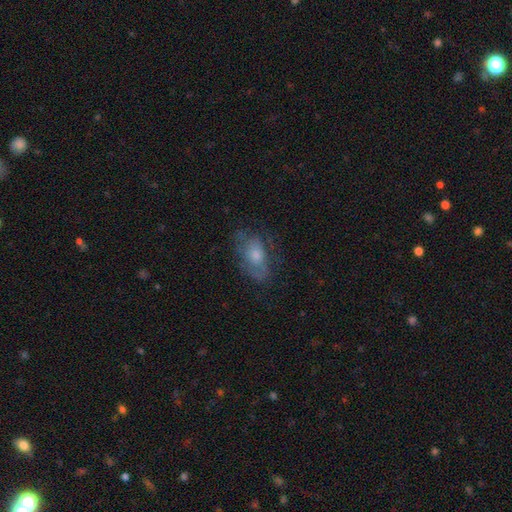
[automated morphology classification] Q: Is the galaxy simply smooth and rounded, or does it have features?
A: featured or disk — 48%.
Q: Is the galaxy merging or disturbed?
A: none — 61%.